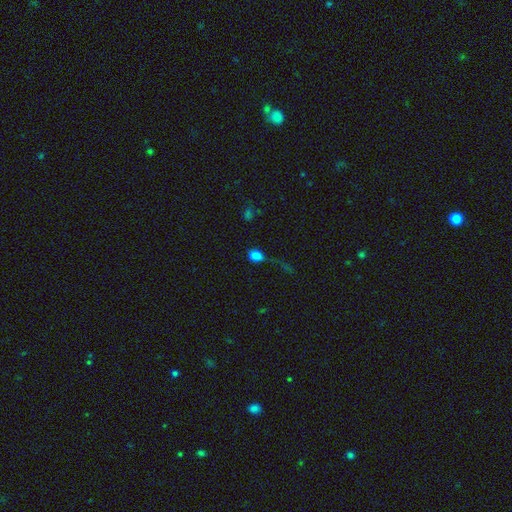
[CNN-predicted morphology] Smooth or featured?
  - smooth: 81% *
  - star or artifact: 14%
  - featured or disk: 5%
How rounded?
  - in between: 65% *
  - round: 33%
  - cigar-shaped: 2%
Merging?
  - none: 50% *
  - minor disturbance: 23%
  - major disturbance: 19%
  - merger: 8%